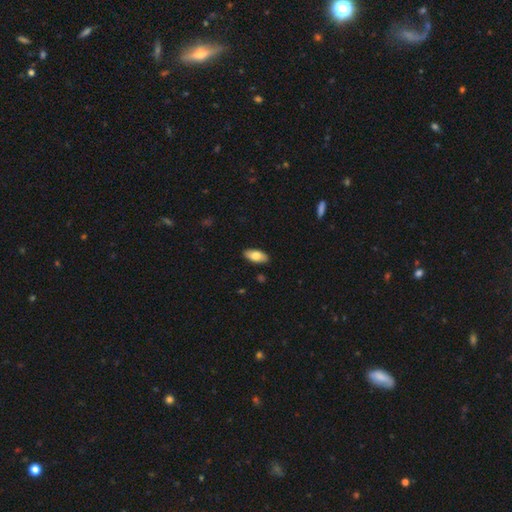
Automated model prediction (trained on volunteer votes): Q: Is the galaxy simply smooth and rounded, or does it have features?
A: smooth — 80%.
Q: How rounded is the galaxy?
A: in between — 91%.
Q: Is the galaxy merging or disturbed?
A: none — 88%.